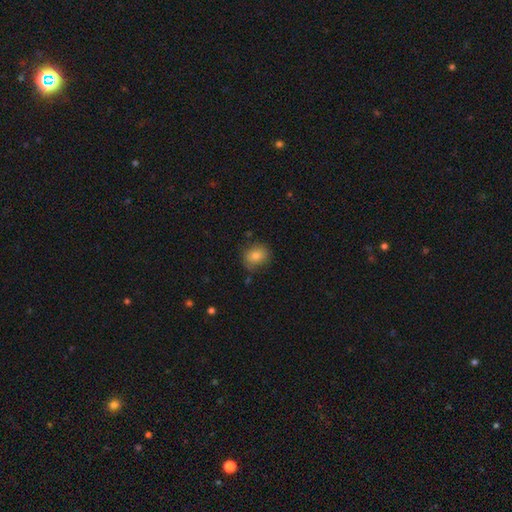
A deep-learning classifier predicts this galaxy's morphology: smooth-or-featured: smooth: 80% | star or artifact: 10% | featured or disk: 10%
  how-rounded: round: 68% | in between: 31% | cigar-shaped: 1%
  merging: none: 78% | minor disturbance: 16% | major disturbance: 4% | merger: 2%